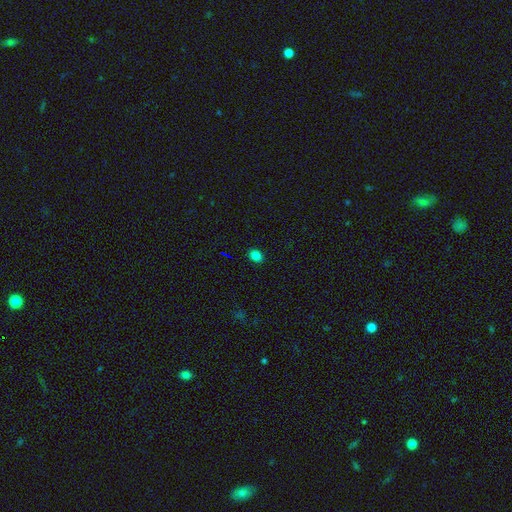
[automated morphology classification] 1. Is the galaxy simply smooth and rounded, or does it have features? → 82% smooth, 14% star or artifact, 5% featured or disk.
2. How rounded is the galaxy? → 61% in between, 38% round, 1% cigar-shaped.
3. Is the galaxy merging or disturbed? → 90% none, 7% minor disturbance, 2% major disturbance, 1% merger.